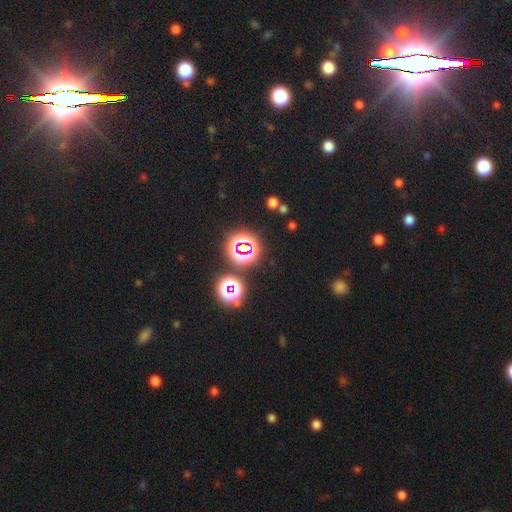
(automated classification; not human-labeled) This is clearly a star or artifact rather than a galaxy (82%).